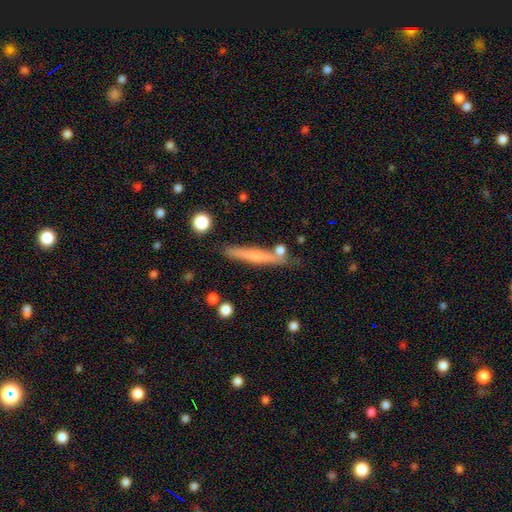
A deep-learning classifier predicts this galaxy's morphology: type=smooth (54%); roundness=cigar-shaped (95%); merging=none (78%).